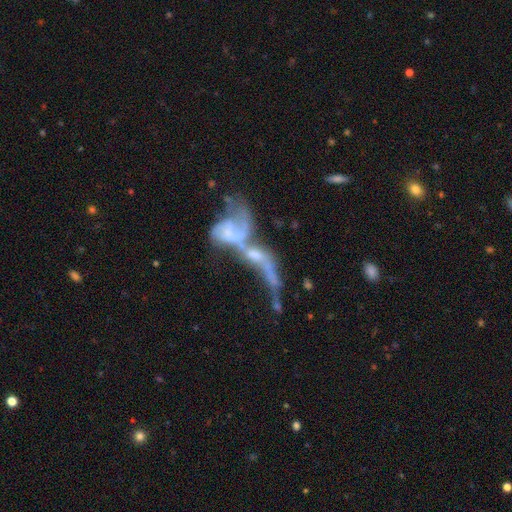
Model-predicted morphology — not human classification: smooth_or_featured: featured or disk (p=0.70) [alt: smooth p=0.19]
disk_edge_on: no (p=0.87) [alt: yes p=0.13]
bar: no (p=0.72) [alt: weak p=0.20]
has_spiral_arms: yes (p=0.55) [alt: no p=0.45]
bulge_size: none (p=0.41) [alt: small p=0.31]
merging: merger (p=0.72) [alt: major disturbance p=0.16]